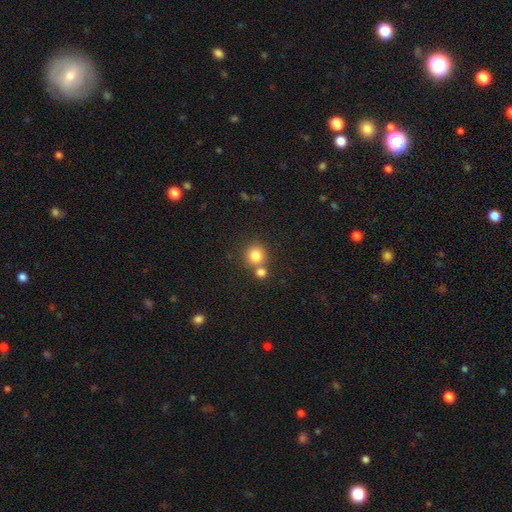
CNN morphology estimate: smooth_or_featured: smooth (p=0.81) [alt: star or artifact p=0.12]
how_rounded: round (p=0.91) [alt: in between p=0.08]
merging: none (p=0.62) [alt: merger p=0.28]